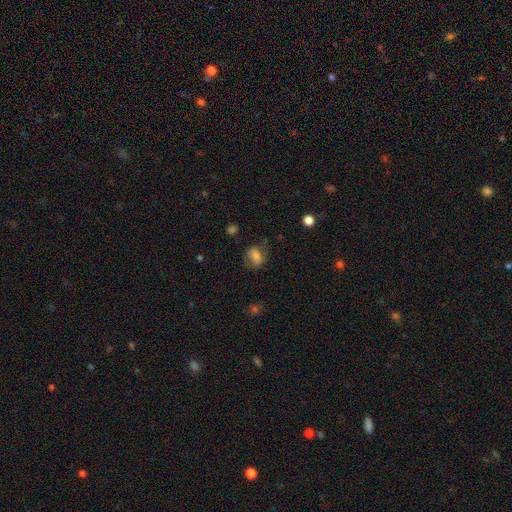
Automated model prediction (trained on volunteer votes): Q: Smooth or featured?
A: smooth (68%); runner-up: featured or disk (23%)
Q: How rounded?
A: in between (62%); runner-up: round (36%)
Q: Merging?
A: none (60%); runner-up: minor disturbance (24%)